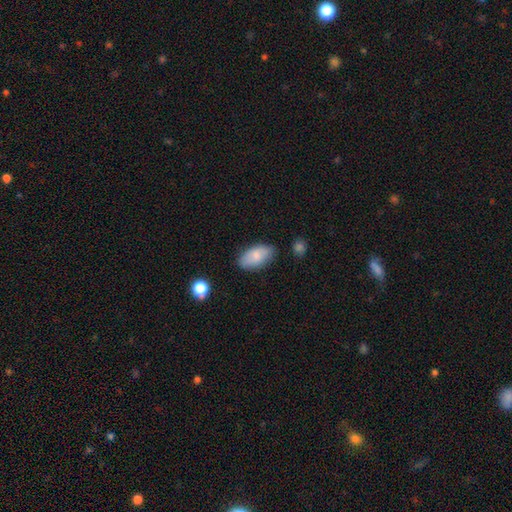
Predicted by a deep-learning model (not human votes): Overall: smooth (80%). How rounded: in between (94%). Merging: none (78%).